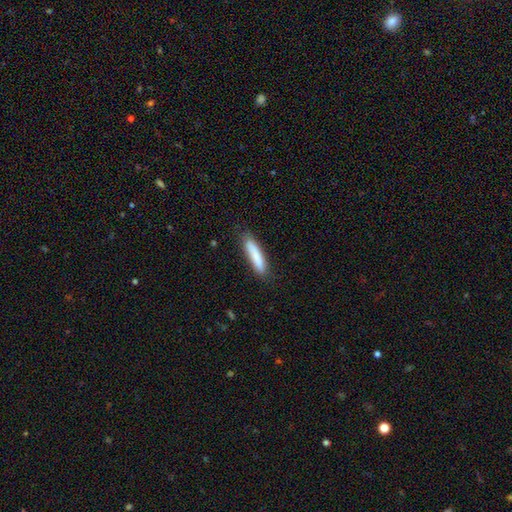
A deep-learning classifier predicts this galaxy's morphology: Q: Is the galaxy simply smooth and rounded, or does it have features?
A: smooth — 83%.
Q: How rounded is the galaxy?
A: cigar-shaped — 84%.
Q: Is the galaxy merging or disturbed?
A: none — 82%.